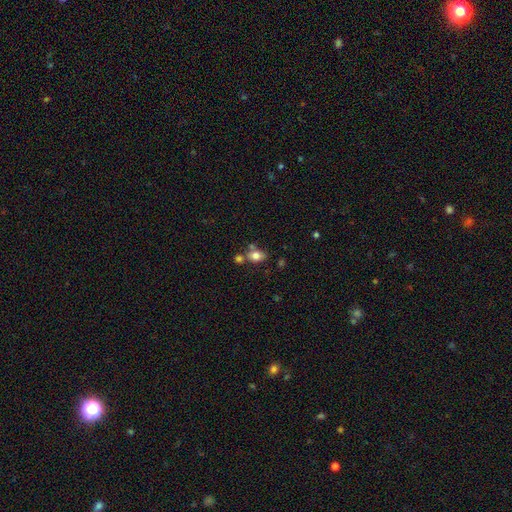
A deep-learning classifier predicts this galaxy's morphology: The model was most divided on "merging": none: 54%, merger: 25%, minor disturbance: 15%, major disturbance: 5%. More confident: smooth or featured — smooth (76%); how rounded — in between (73%).